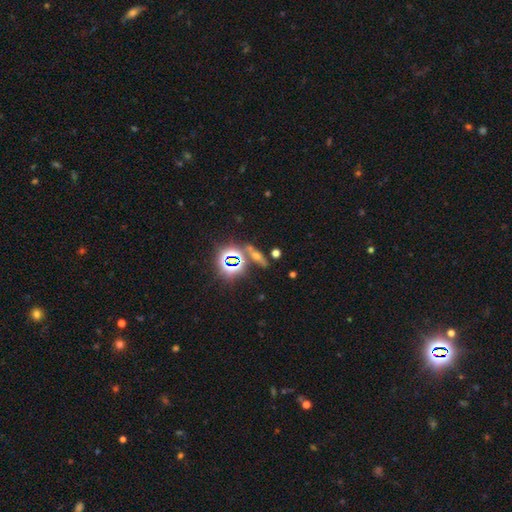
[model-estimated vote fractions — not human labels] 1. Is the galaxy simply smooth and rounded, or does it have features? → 42% star or artifact, 29% featured or disk, 29% smooth.